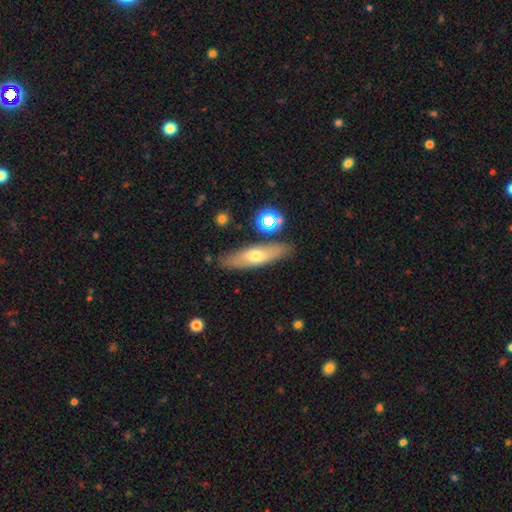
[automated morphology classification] The model was most divided on "smooth or featured": smooth: 52%, featured or disk: 40%, star or artifact: 8%. More confident: merging — none (83%); how rounded — cigar-shaped (65%).